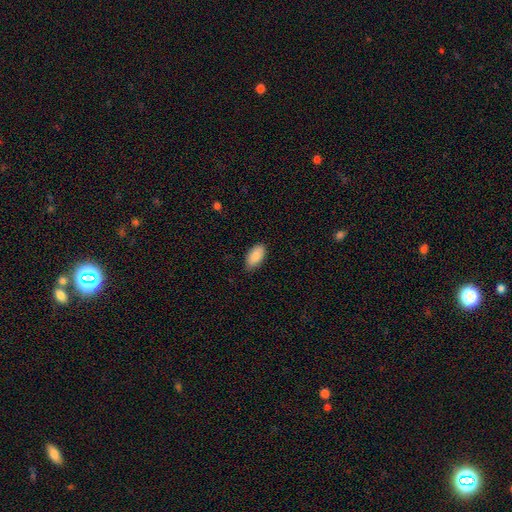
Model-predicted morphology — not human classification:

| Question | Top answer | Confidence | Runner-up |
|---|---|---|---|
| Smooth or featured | smooth | 87% | featured or disk (6%) |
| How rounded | in between | 95% | round (3%) |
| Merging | none | 84% | minor disturbance (13%) |